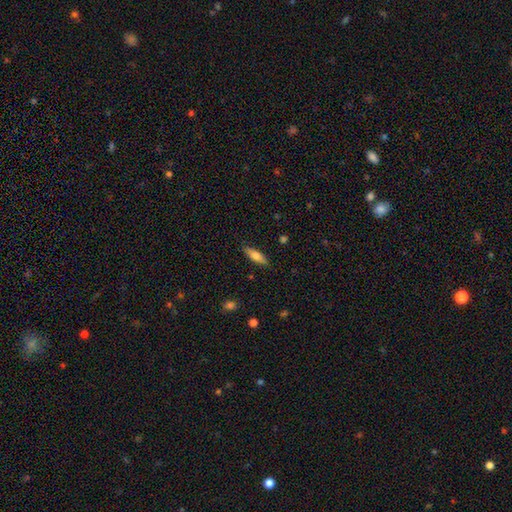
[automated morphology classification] Overall: smooth (74%). How rounded: cigar-shaped (49%, tied with in between). Merging: none (85%).